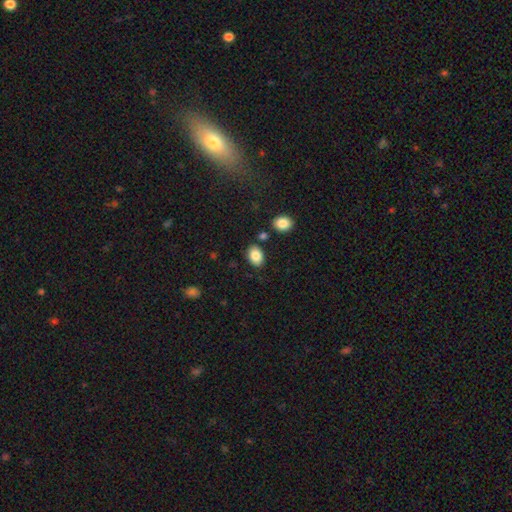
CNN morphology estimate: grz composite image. It shows a smooth galaxy with no disk features (85%) that is in between round and cigar-shaped (80%). Merging: none (81%).